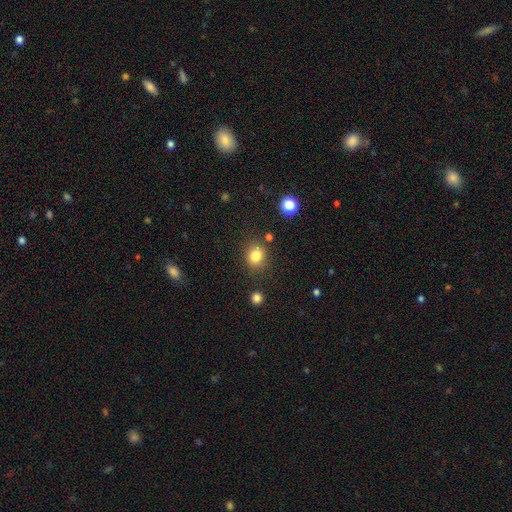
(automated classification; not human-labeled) A smooth galaxy with no disk features (81%) that is round (69%). Merging: none (80%).